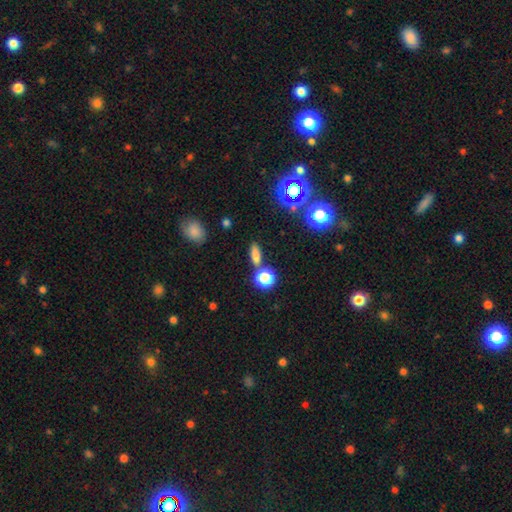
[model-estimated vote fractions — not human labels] Overall: smooth (73%). How rounded: in between (50%; cigar-shaped 35%). Merging: none (75%).